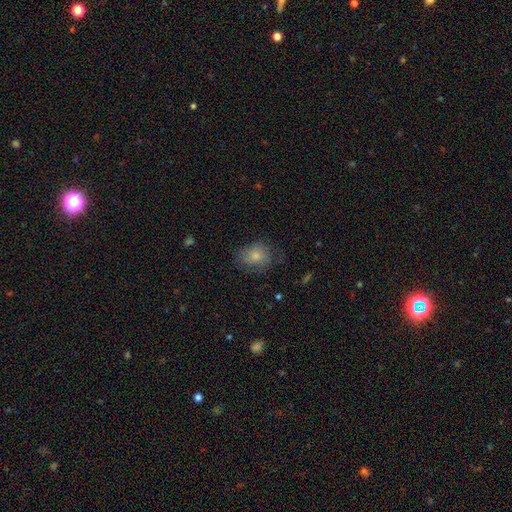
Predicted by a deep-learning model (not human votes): Smooth or featured? Predicted: smooth (p=0.79). How rounded? Predicted: round (p=0.54). Merging? Predicted: none (p=0.66).